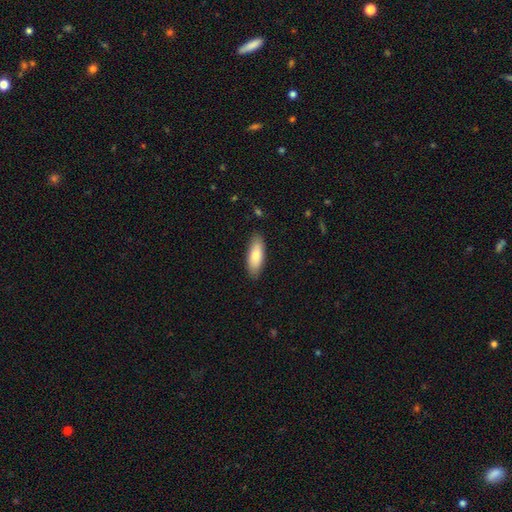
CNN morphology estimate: smooth_or_featured: smooth (p=0.80) [alt: featured or disk p=0.15]
how_rounded: in between (p=0.70) [alt: cigar-shaped p=0.28]
merging: none (p=0.86) [alt: minor disturbance p=0.10]